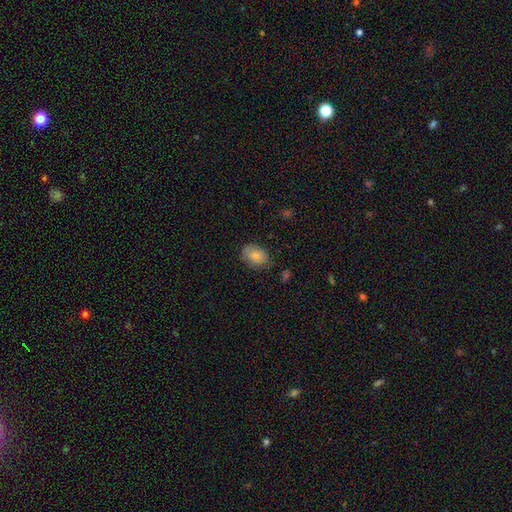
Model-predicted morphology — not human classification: smooth-or-featured: smooth: 77% | featured or disk: 15% | star or artifact: 8%
  how-rounded: in between: 75% | round: 24% | cigar-shaped: 1%
  merging: none: 77% | minor disturbance: 18% | major disturbance: 4% | merger: 1%